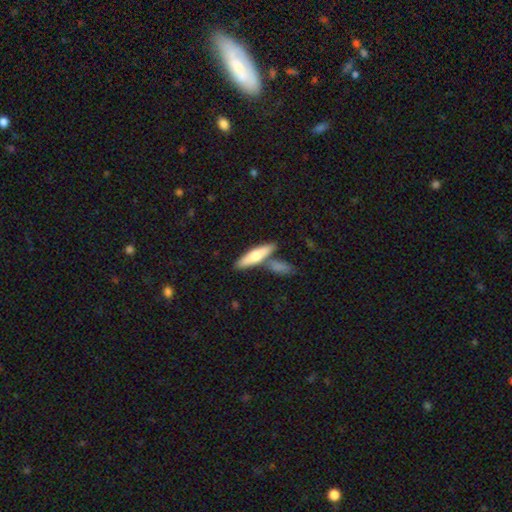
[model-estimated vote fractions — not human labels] smooth_or_featured: smooth (p=0.61) [alt: featured or disk p=0.34]
how_rounded: cigar-shaped (p=0.70) [alt: in between p=0.28]
merging: none (p=0.64) [alt: merger p=0.23]